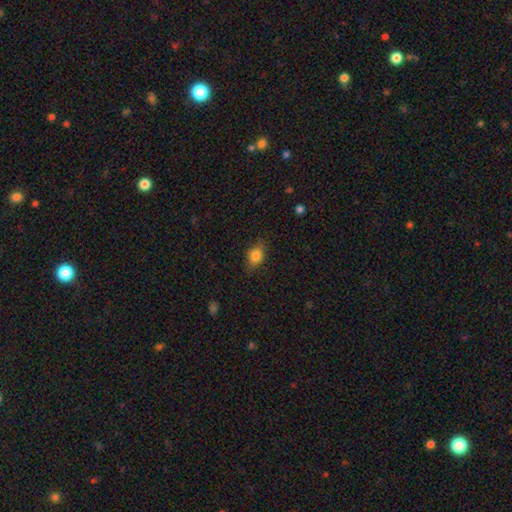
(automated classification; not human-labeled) Morphology: type=smooth (75%); roundness=in between (64%); merging=none (78%).